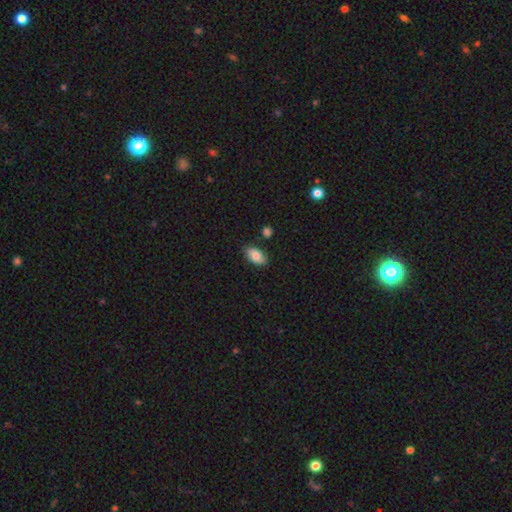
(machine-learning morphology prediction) A smooth galaxy with no disk features (76%) that is in between round and cigar-shaped (93%).

Vote fractions:
- Smooth or featured? smooth: 76% / featured or disk: 16% / star or artifact: 7%
- How rounded? in between: 93% / round: 5% / cigar-shaped: 2%
- Merging? none: 80% / minor disturbance: 14% / merger: 3% / major disturbance: 3%